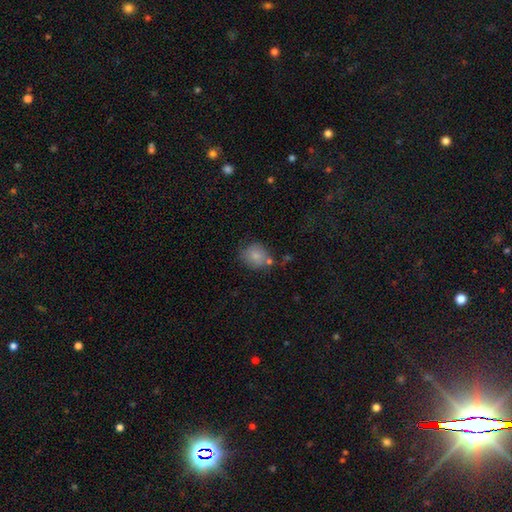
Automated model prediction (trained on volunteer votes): Smooth or featured: smooth — 82% (featured or disk — 10%)
How rounded: round — 75% (in between — 24%)
Merging: none — 61% (minor disturbance — 20%)